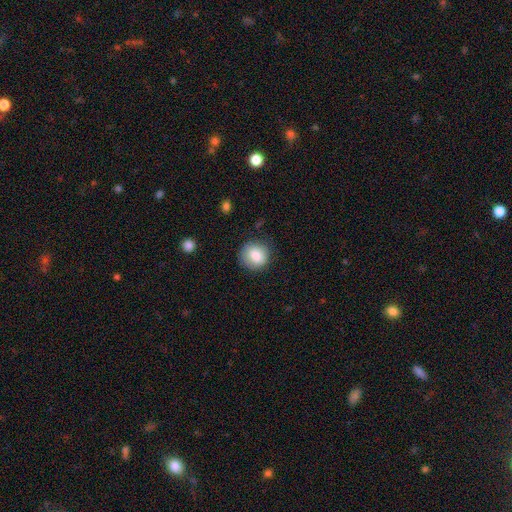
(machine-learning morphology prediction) Smooth or featured? smooth (84%)
How rounded? round (88%)
Merging? none (83%)